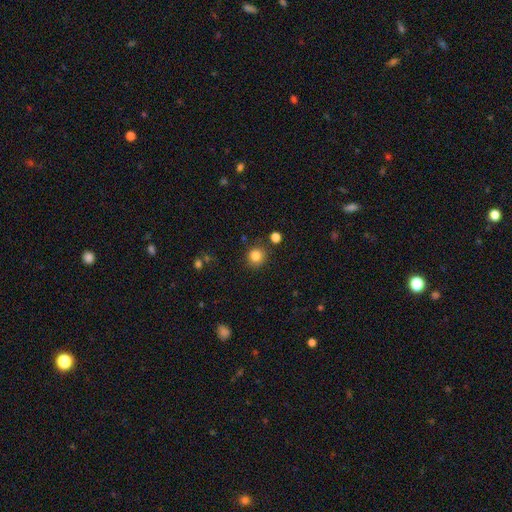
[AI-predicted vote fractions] Overall: smooth (84%). How rounded: round (90%). Merging: none (85%).